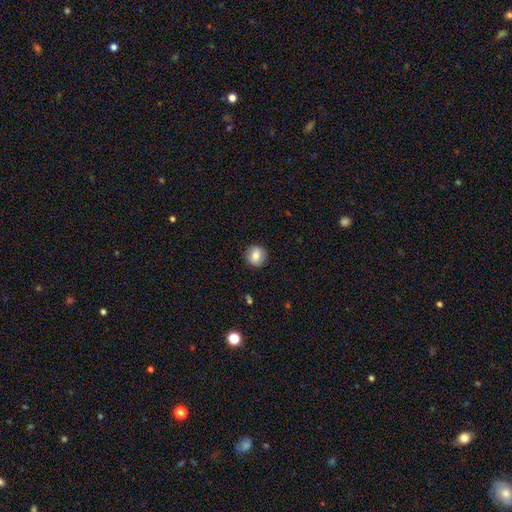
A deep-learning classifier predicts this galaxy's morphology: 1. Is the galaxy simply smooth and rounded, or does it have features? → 79% smooth, 12% featured or disk, 9% star or artifact.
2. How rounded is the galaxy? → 89% round, 10% in between, 1% cigar-shaped.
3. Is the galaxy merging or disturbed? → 89% none, 8% minor disturbance, 2% major disturbance, 1% merger.